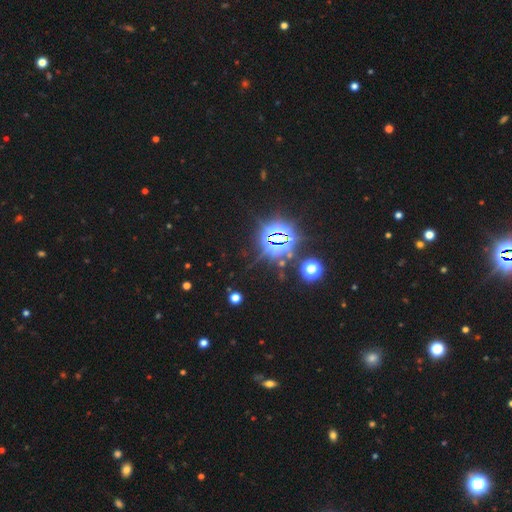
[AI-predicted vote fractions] A star or artifact, not a galaxy (83%).

Vote fractions:
- Smooth or featured? star or artifact: 83% / smooth: 10% / featured or disk: 6%